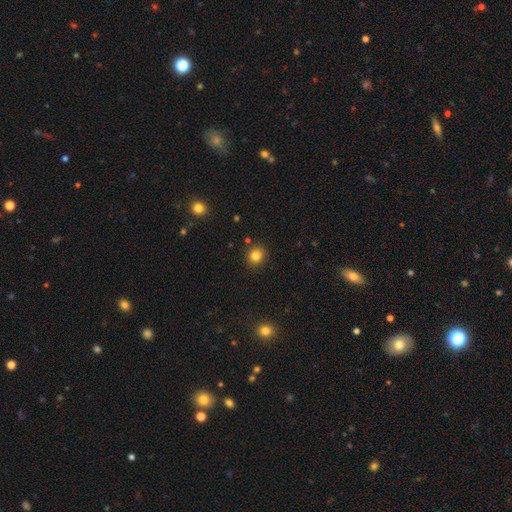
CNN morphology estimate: The model was most divided on "smooth or featured": smooth: 83%, star or artifact: 12%, featured or disk: 5%. More confident: merging — none (89%); how rounded — round (86%).